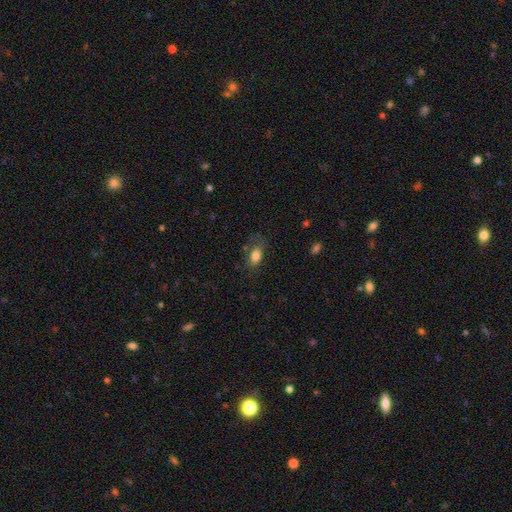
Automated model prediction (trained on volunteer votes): Smooth or featured: smooth — 82% (featured or disk — 9%)
How rounded: in between — 86% (round — 10%)
Merging: none — 64% (minor disturbance — 23%)